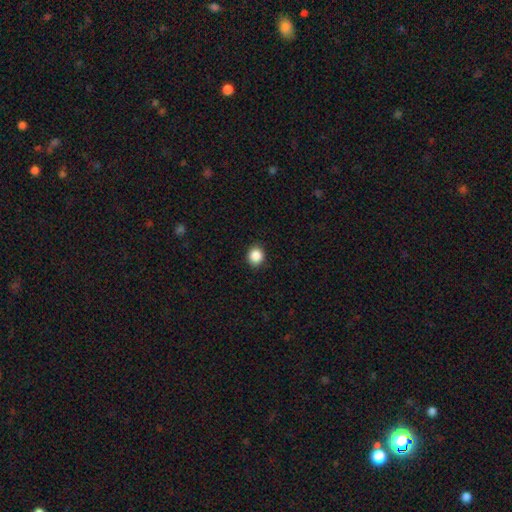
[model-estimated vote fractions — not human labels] smooth_or_featured: smooth (p=0.88) [alt: star or artifact p=0.09]
how_rounded: round (p=0.83) [alt: in between p=0.16]
merging: none (p=0.90) [alt: minor disturbance p=0.07]